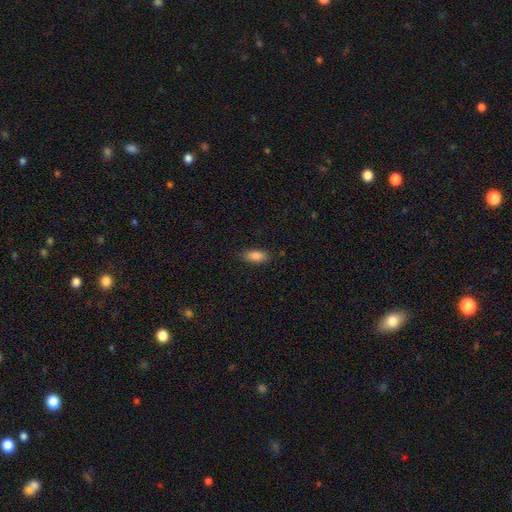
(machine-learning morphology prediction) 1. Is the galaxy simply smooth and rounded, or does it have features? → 87% smooth, 7% star or artifact, 6% featured or disk.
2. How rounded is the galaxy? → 86% in between, 12% cigar-shaped, 3% round.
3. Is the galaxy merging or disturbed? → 85% none, 12% minor disturbance, 3% major disturbance, 1% merger.